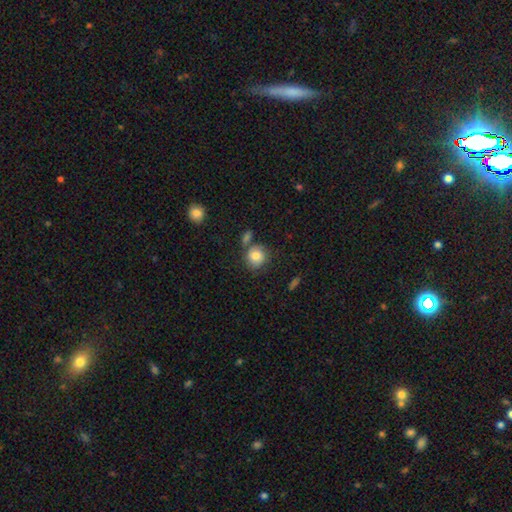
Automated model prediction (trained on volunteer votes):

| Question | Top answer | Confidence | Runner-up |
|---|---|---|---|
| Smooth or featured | smooth | 80% | featured or disk (11%) |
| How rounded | round | 85% | in between (14%) |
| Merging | none | 63% | merger (17%) |